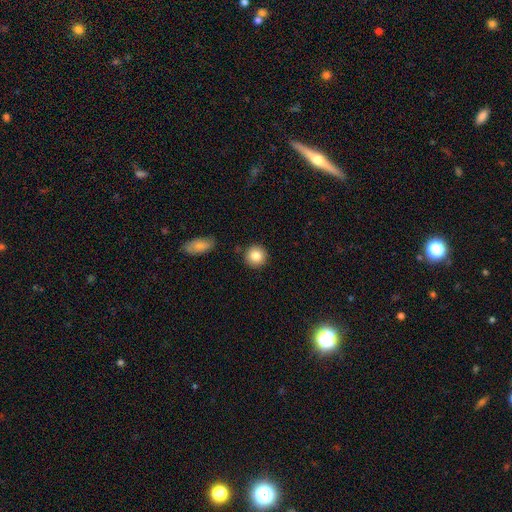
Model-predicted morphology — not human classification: A smooth galaxy with no disk features (83%) that is round (93%). Merging: none (88%).